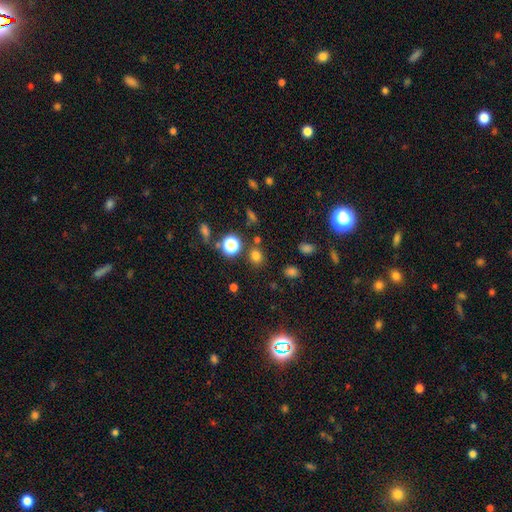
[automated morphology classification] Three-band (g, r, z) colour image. It shows a smooth galaxy with no disk features (73%) that is round (75%). Merging: none (81%).